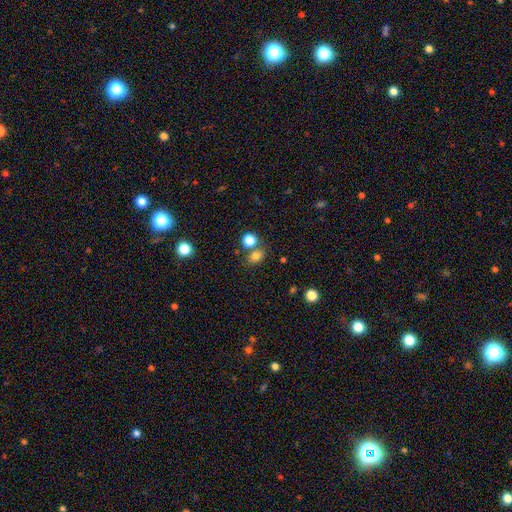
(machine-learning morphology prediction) smooth-or-featured: smooth: 78% | star or artifact: 14% | featured or disk: 7%
  how-rounded: round: 50% | in between: 49% | cigar-shaped: 1%
  merging: none: 60% | merger: 26% | minor disturbance: 10% | major disturbance: 4%